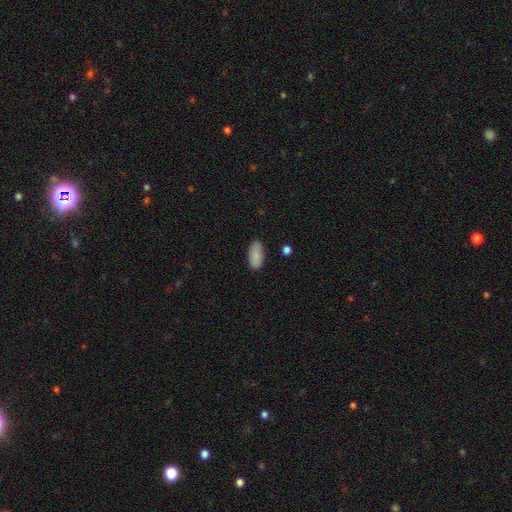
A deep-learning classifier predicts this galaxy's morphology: Smooth or featured?
  - smooth: 86% *
  - featured or disk: 7%
  - star or artifact: 7%
How rounded?
  - in between: 92% *
  - cigar-shaped: 5%
  - round: 2%
Merging?
  - none: 85% *
  - minor disturbance: 11%
  - major disturbance: 2%
  - merger: 2%